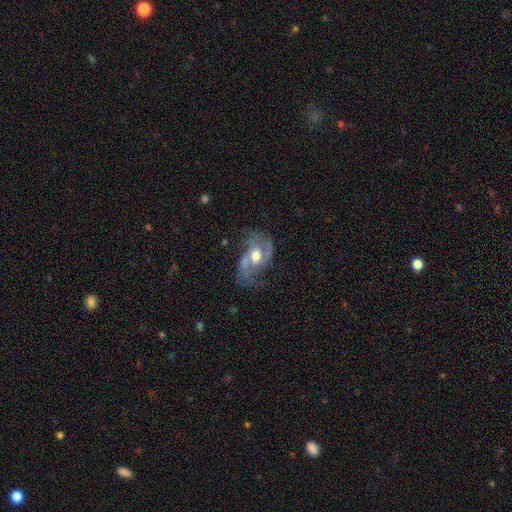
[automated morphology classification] Overall: featured or disk (87%). Edge-on disk: no (97%). Bar: no (49%; weak 39%). Spiral arms: yes (95%). Spiral arm count: 2 (76%). Spiral winding: medium (49%; loose 34%). Bulge size: moderate (74%). Merging: none (60%; minor disturbance 23%).